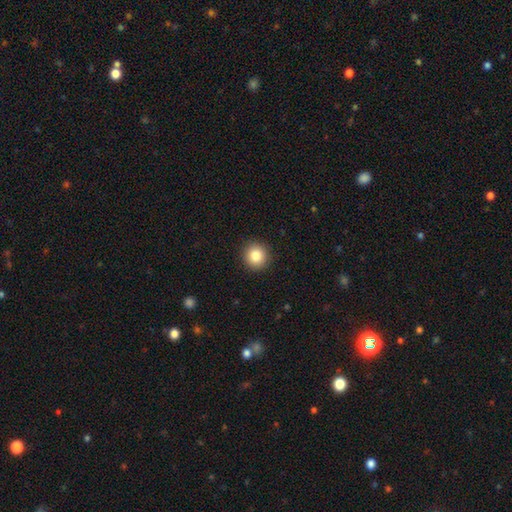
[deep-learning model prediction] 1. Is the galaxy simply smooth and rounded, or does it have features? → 84% smooth, 10% star or artifact, 6% featured or disk.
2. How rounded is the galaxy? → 93% round, 6% in between, 1% cigar-shaped.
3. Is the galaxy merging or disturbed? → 92% none, 5% minor disturbance, 2% major disturbance, 1% merger.